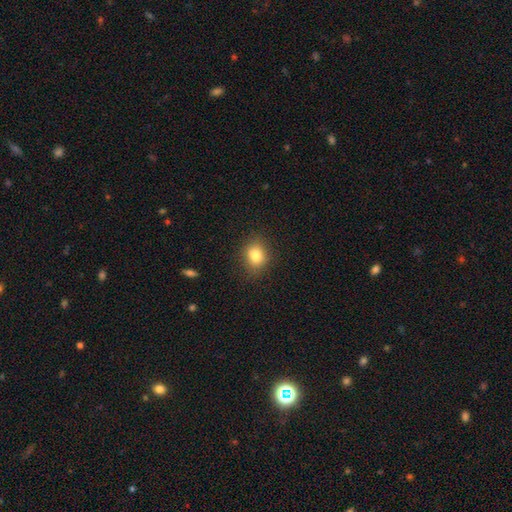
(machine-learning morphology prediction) smooth_or_featured: smooth (p=0.80) [alt: star or artifact p=0.11]
how_rounded: round (p=0.54) [alt: in between p=0.45]
merging: none (p=0.84) [alt: minor disturbance p=0.12]